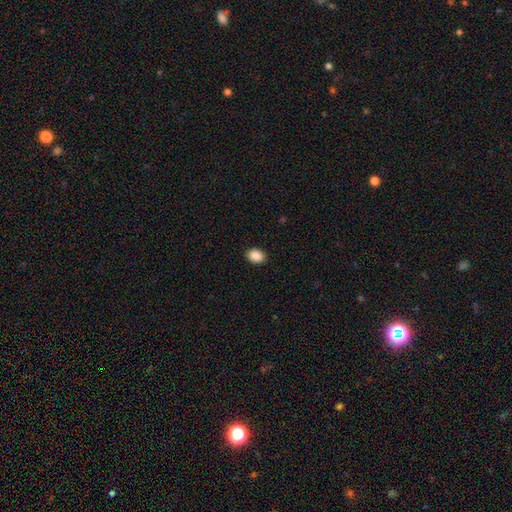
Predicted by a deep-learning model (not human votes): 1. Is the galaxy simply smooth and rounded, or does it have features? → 90% smooth, 8% star or artifact, 2% featured or disk.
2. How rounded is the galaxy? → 72% in between, 27% round, 1% cigar-shaped.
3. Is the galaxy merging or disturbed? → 90% none, 7% minor disturbance, 2% major disturbance, 1% merger.